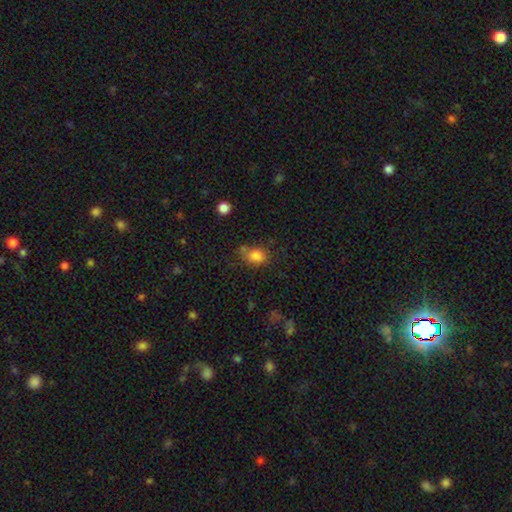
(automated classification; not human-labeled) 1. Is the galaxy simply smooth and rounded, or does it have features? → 81% smooth, 12% star or artifact, 8% featured or disk.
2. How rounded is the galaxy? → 61% in between, 38% round, 1% cigar-shaped.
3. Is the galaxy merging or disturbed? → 55% none, 23% minor disturbance, 12% merger, 10% major disturbance.